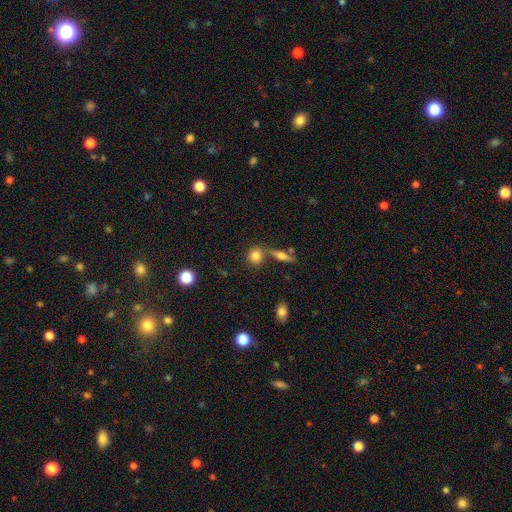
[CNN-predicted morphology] Overall: smooth (78%). How rounded: round (78%). Merging: none (66%).